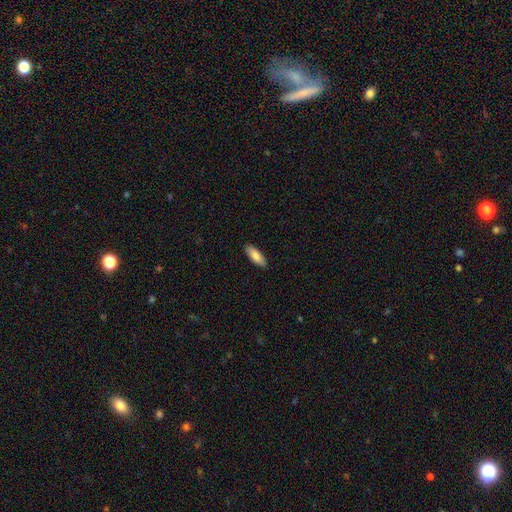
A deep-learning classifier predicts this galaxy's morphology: Q: Smooth or featured?
A: smooth (84%); runner-up: featured or disk (11%)
Q: How rounded?
A: in between (70%); runner-up: cigar-shaped (29%)
Q: Merging?
A: none (89%); runner-up: minor disturbance (8%)